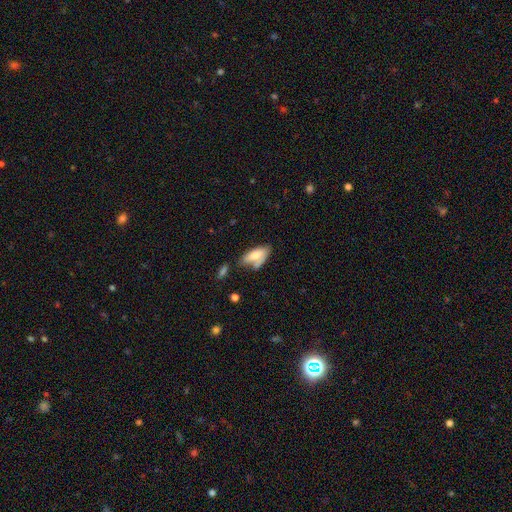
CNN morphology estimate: smooth 74%, featured or disk 20%, star or artifact 7%. Down the decision tree: how rounded — in between (83%); merging — none (42%).